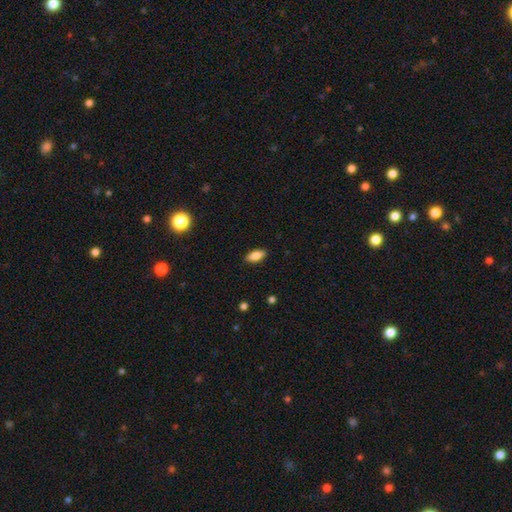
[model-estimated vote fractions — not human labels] Overall: smooth (80%). How rounded: in between (80%). Merging: none (88%).